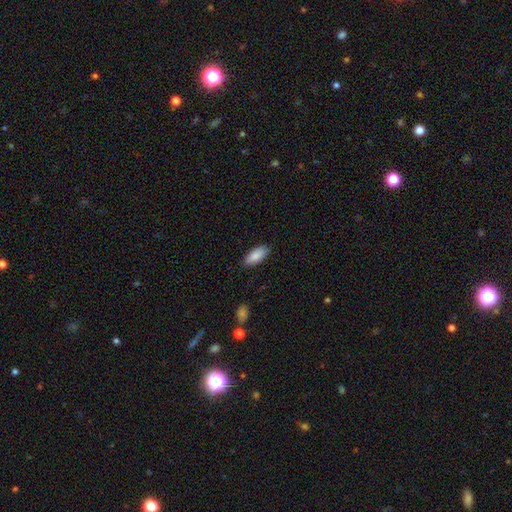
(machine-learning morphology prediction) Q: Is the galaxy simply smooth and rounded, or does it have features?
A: smooth — 87%.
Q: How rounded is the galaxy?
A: in between — 84%.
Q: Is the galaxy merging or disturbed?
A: none — 86%.